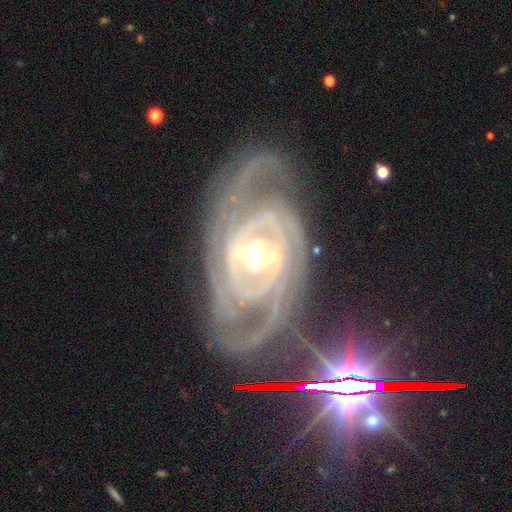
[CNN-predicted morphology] Smooth or featured: featured or disk — 90% (star or artifact — 6%)
Edge-on disk: no — 95% (yes — 5%)
Bar: strong — 39% (tied with weak — 39%)
Spiral arms: yes — 97% (no — 3%)
Spiral winding: tight — 69% (medium — 25%)
Spiral arm count: 2 — 35% (3 — 22%)
Bulge size: moderate — 62% (small — 30%)
Merging: none — 64% (minor disturbance — 19%)